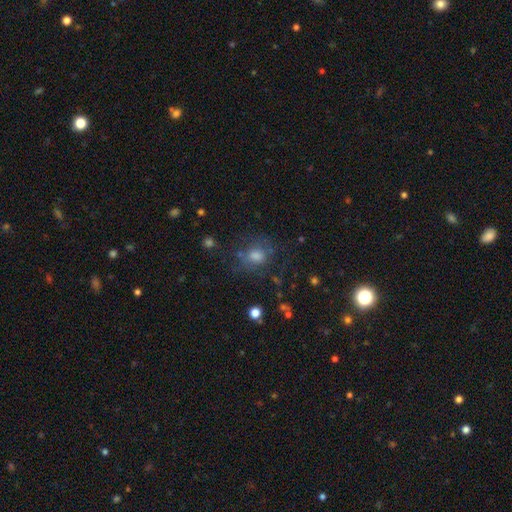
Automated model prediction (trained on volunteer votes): A smooth galaxy with no disk features (50%) that is round (71%).

Vote fractions:
- Smooth or featured? smooth: 50% / featured or disk: 28% / star or artifact: 22%
- How rounded? round: 71% / in between: 28% / cigar-shaped: 1%
- Merging? none: 67% / minor disturbance: 17% / major disturbance: 13% / merger: 3%